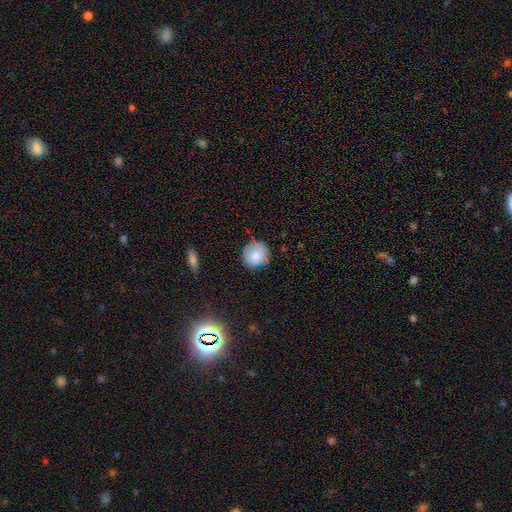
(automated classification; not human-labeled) Overall: smooth (80%). How rounded: round (90%). Merging: none (76%).